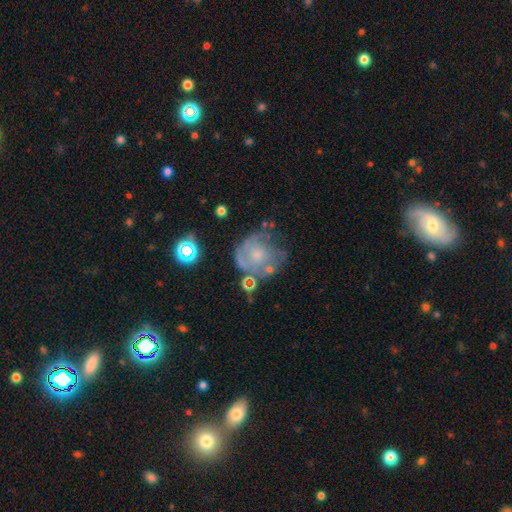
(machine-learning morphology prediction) smooth-or-featured: featured or disk: 61% | smooth: 28% | star or artifact: 11%
  disk-edge-on: no: 98% | yes: 2%
    bar: no: 83% | weak: 15% | strong: 2%
    has-spiral-arms: yes: 65% | no: 35%
    bulge-size: small: 57% | moderate: 29% | none: 11% | large: 2% | dominant: 1%
  merging: none: 45% | minor disturbance: 26% | major disturbance: 22% | merger: 7%